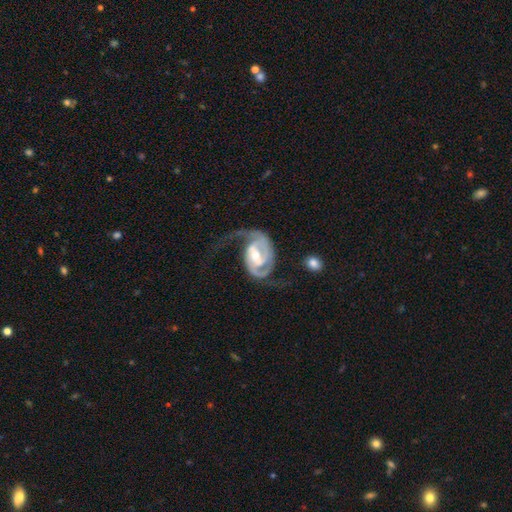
smooth_or_featured: featured or disk (p=0.87) [alt: smooth p=0.08]
disk_edge_on: no (p=1.00)
bar: strong (p=0.58) [alt: weak p=0.39]
has_spiral_arms: yes (p=0.94) [alt: no p=0.06]
spiral_winding: medium (p=0.39) [alt: loose p=0.35]
spiral_arm_count: 2 (p=0.84) [alt: 1 p=0.06]
bulge_size: small (p=0.52) [alt: moderate p=0.33]
merging: major disturbance (p=0.42) [alt: none p=0.39]